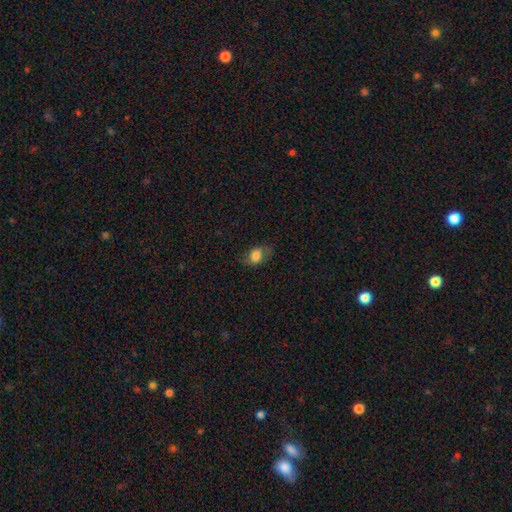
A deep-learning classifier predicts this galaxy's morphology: The model was most divided on "how rounded": in between: 64%, round: 34%, cigar-shaped: 2%. More confident: smooth or featured — smooth (75%); merging — none (66%).